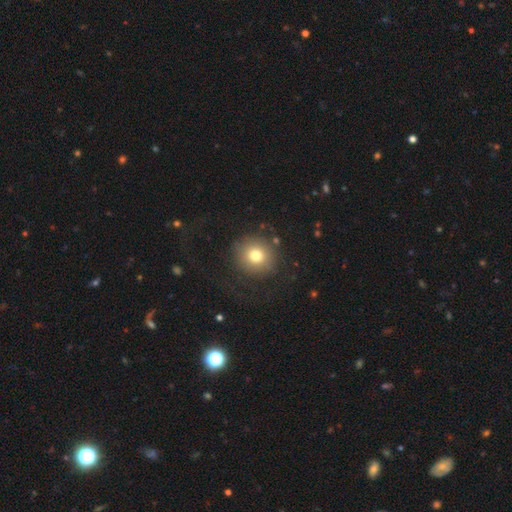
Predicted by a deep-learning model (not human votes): Morphology: type=smooth (76%); roundness=round (91%); merging=none (81%).